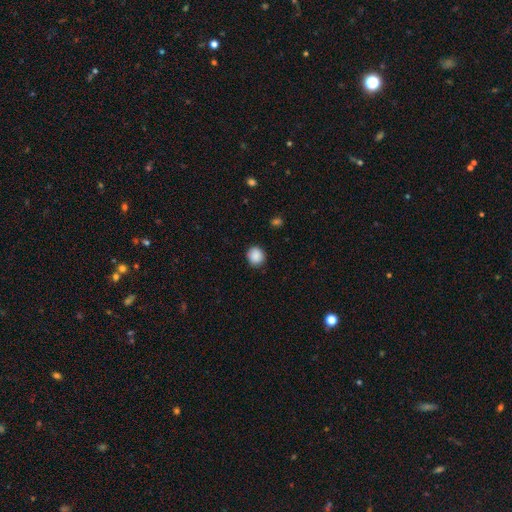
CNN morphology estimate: The model was most divided on "how rounded": round: 85%, in between: 14%, cigar-shaped: 1%. More confident: smooth or featured — smooth (88%); merging — none (87%).